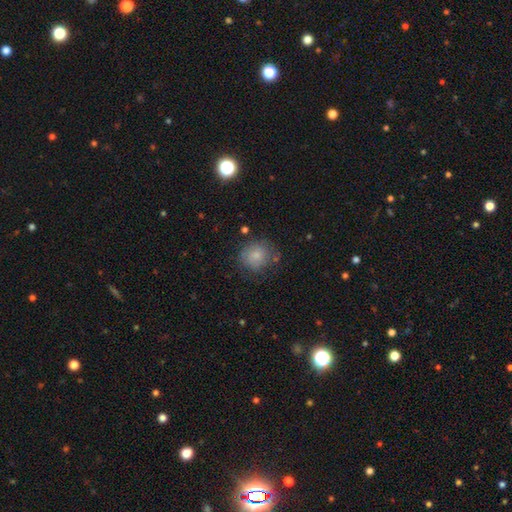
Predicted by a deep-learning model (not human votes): Q: Smooth or featured?
A: smooth (76%); runner-up: featured or disk (15%)
Q: How rounded?
A: round (84%); runner-up: in between (15%)
Q: Merging?
A: none (67%); runner-up: minor disturbance (21%)